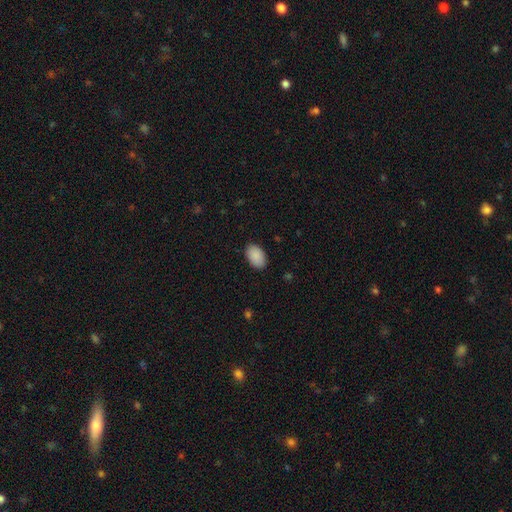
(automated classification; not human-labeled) Smooth or featured: smooth — 90% (star or artifact — 6%)
How rounded: in between — 92% (round — 7%)
Merging: none — 88% (minor disturbance — 9%)